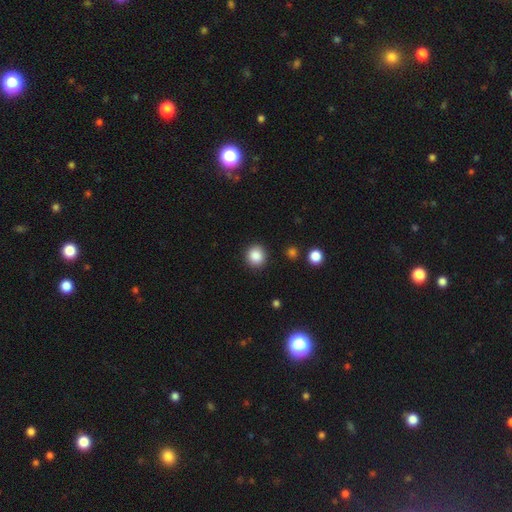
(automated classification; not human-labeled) A smooth galaxy with no disk features (87%) that is round (90%).

Vote fractions:
- Smooth or featured? smooth: 87% / star or artifact: 10% / featured or disk: 4%
- How rounded? round: 90% / in between: 9% / cigar-shaped: 1%
- Merging? none: 90% / minor disturbance: 6% / major disturbance: 2% / merger: 1%